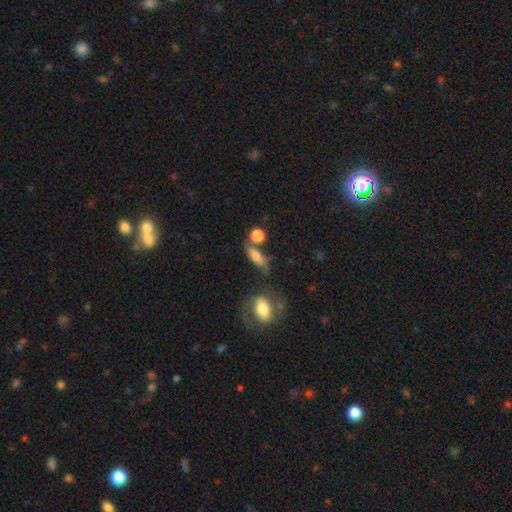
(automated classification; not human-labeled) Morphology: type=smooth (73%); roundness=in between (47%); merging=none (55%).